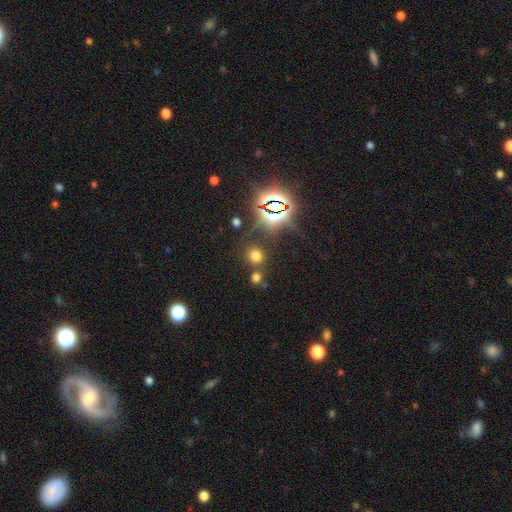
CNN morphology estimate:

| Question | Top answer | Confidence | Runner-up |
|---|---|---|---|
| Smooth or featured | smooth | 61% | star or artifact (32%) |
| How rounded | round | 86% | in between (13%) |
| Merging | none | 74% | merger (14%) |